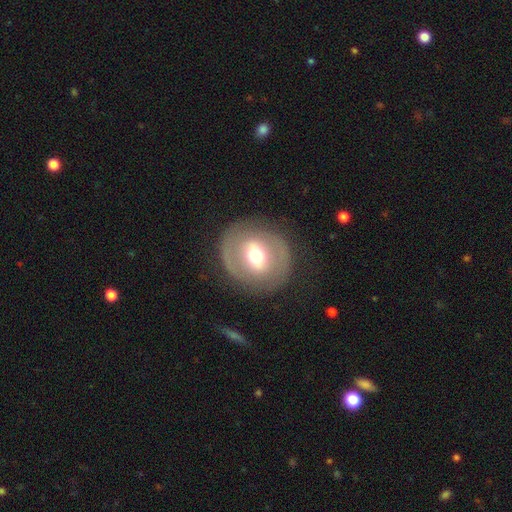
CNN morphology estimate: This is possibly a featured or disk galaxy (58%). It is clearly not viewed edge-on (93%). Bar: marginally strong (39%). Spiral arm pattern: likely no (61%). Central bulge: likely moderate (66%). Merging: clearly none (81%).